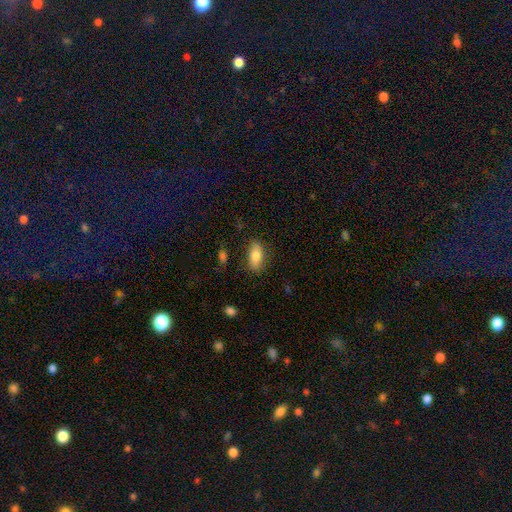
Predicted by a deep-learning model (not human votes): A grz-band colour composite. It shows a smooth galaxy with no disk features (78%) that is in between round and cigar-shaped (85%). Merging: none (82%).